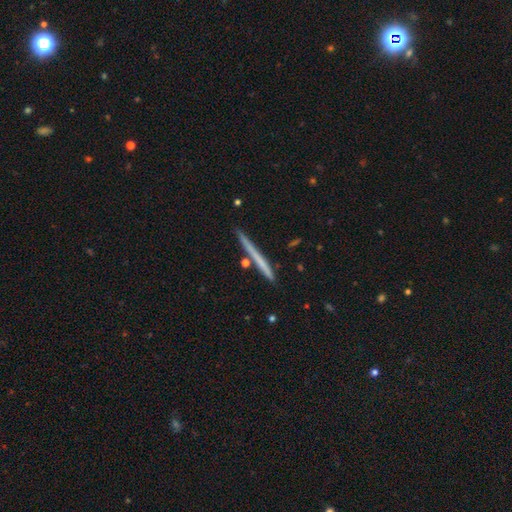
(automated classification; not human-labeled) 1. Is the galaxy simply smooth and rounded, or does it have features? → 48% smooth, 46% featured or disk, 6% star or artifact.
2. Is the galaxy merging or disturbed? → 88% none, 8% minor disturbance, 3% merger, 2% major disturbance.